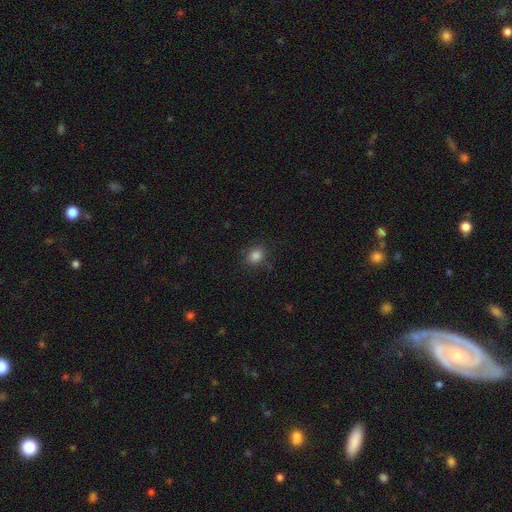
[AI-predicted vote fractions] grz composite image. It shows a smooth galaxy with no disk features (84%) that is round (56%). Merging: none (82%).